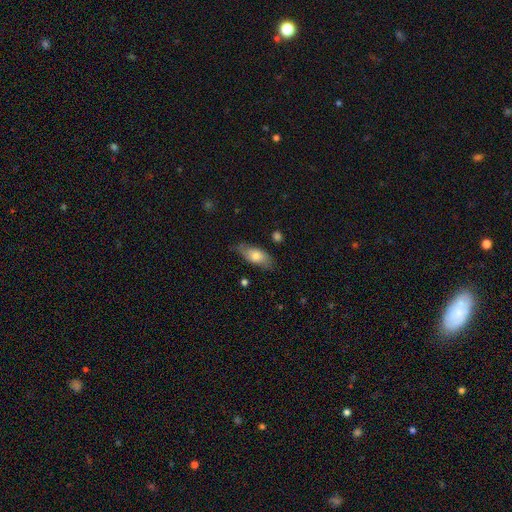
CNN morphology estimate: A smooth galaxy with no disk features (65%) that is in between round and cigar-shaped (82%). Merging: none (71%).